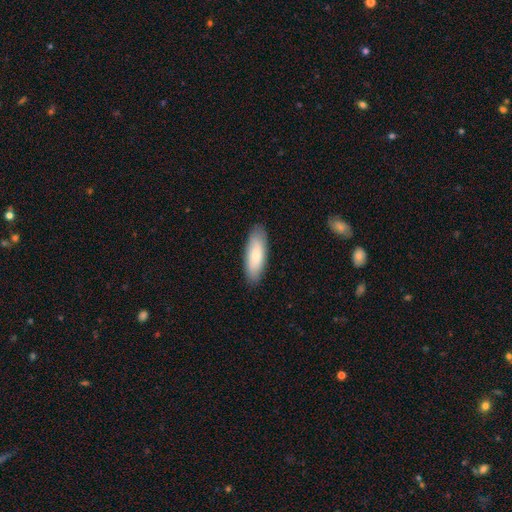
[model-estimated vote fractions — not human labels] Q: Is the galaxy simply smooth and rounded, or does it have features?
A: smooth — 76%.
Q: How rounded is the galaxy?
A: in between — 64%.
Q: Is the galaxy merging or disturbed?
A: none — 87%.